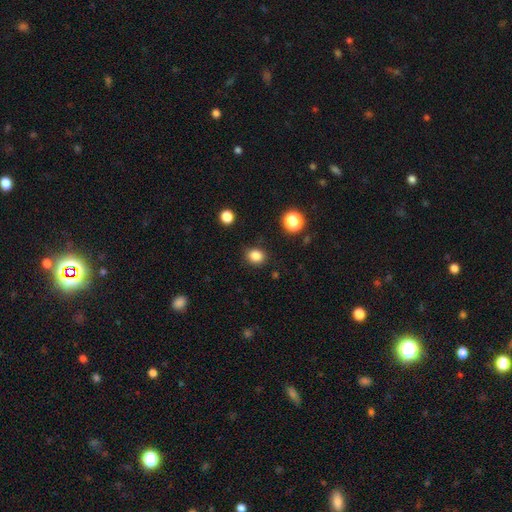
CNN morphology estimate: Q: Smooth or featured?
A: smooth (84%); runner-up: star or artifact (12%)
Q: How rounded?
A: round (69%); runner-up: in between (31%)
Q: Merging?
A: none (87%); runner-up: minor disturbance (9%)